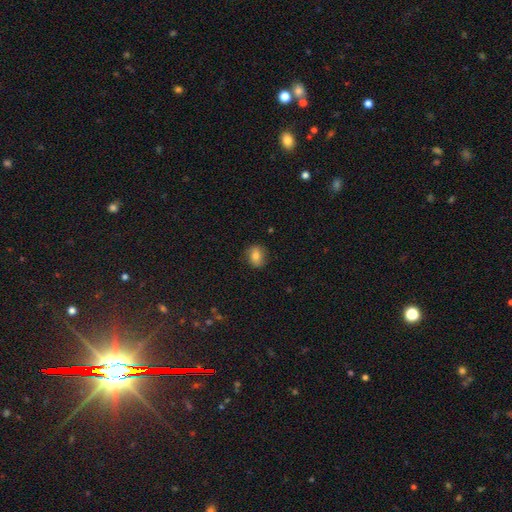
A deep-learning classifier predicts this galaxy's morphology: The model was most divided on "how rounded": round: 60%, in between: 39%, cigar-shaped: 1%. More confident: merging — none (83%); smooth or featured — smooth (76%).